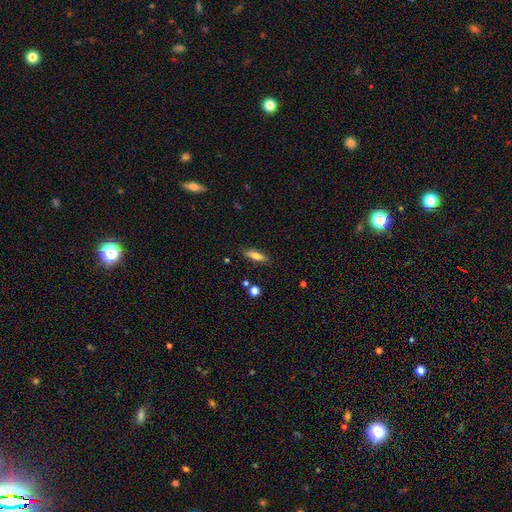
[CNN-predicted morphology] This is likely a smooth galaxy (74%). How rounded: possibly cigar-shaped (52%). Merging: clearly none (86%).